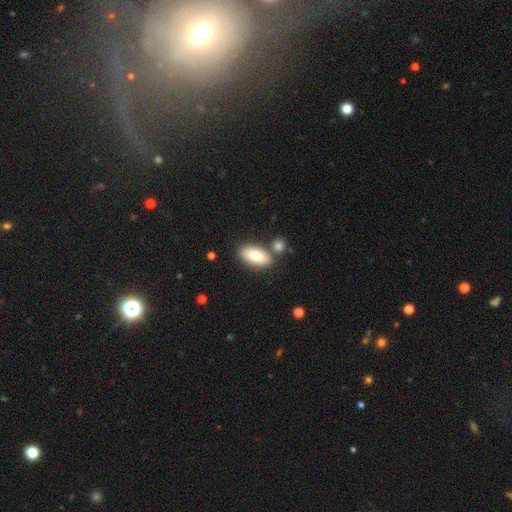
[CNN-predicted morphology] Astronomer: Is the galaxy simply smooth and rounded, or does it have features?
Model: smooth — 79%.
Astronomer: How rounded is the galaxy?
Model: in between — 88%.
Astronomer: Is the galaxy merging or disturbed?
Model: none — 71%.